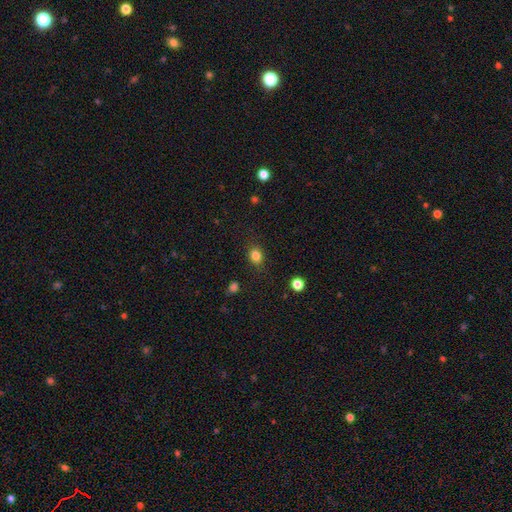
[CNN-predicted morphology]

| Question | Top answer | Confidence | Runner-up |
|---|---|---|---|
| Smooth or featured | smooth | 83% | star or artifact (12%) |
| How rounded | round | 53% | in between (46%) |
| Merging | none | 83% | minor disturbance (12%) |